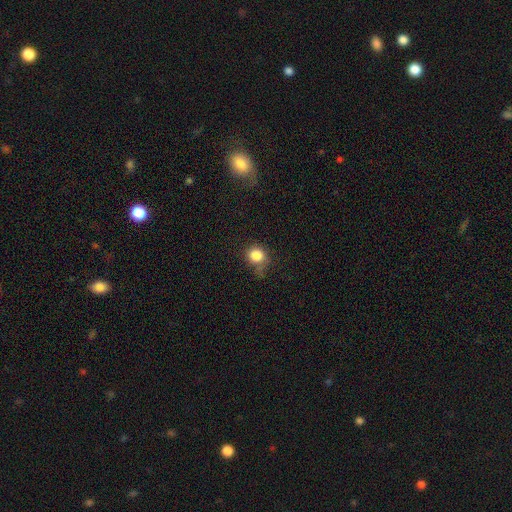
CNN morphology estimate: smooth_or_featured: smooth (p=0.83) [alt: star or artifact p=0.11]
how_rounded: round (p=0.79) [alt: in between p=0.20]
merging: none (p=0.55) [alt: minor disturbance p=0.29]